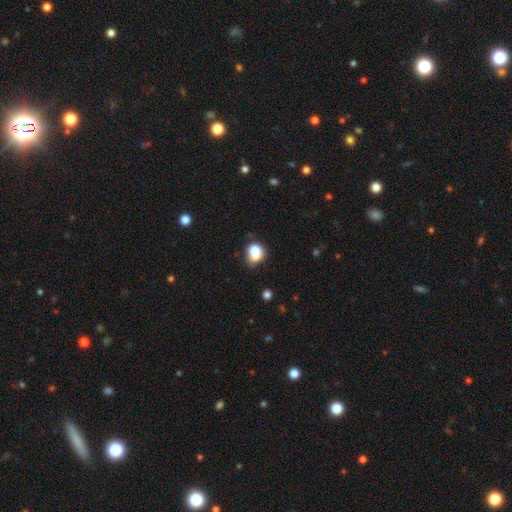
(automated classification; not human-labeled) smooth_or_featured: smooth (p=0.72) [alt: featured or disk p=0.15]
how_rounded: round (p=0.67) [alt: in between p=0.32]
merging: none (p=0.44) [alt: merger p=0.27]